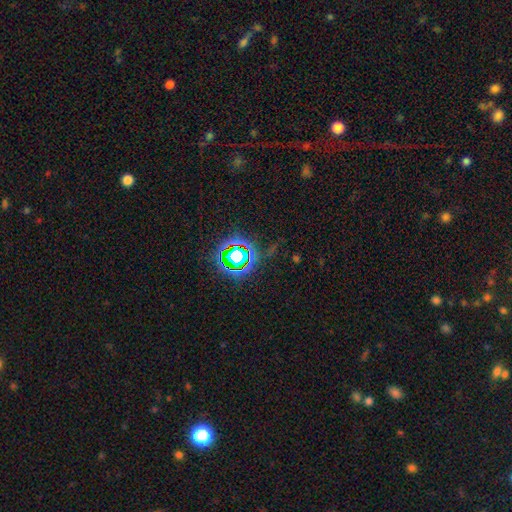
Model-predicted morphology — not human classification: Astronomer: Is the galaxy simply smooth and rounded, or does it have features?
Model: star or artifact — 78%.